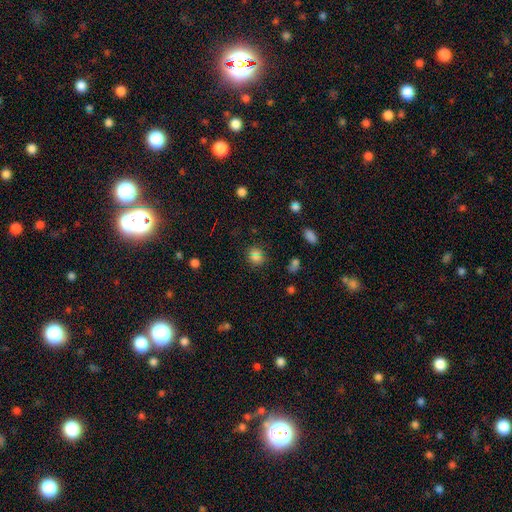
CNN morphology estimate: Smooth or featured? smooth (72%)
How rounded? round (78%)
Merging? none (73%)